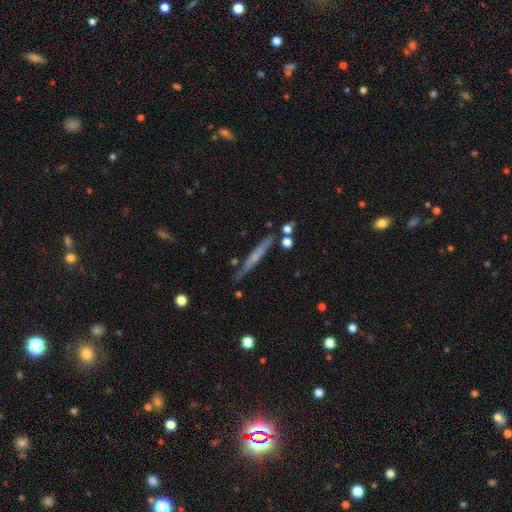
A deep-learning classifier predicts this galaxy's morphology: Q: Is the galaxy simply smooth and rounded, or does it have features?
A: featured or disk — 52%.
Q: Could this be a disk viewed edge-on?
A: yes — 93%.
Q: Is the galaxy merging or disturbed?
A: none — 79%.